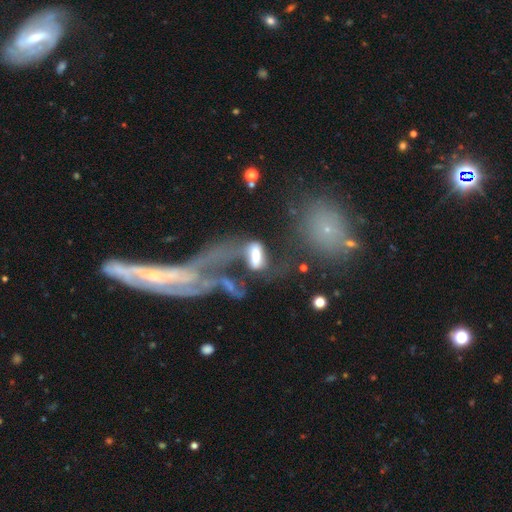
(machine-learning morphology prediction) A smooth galaxy with no disk features (44%, tied with featured or disk). Merging: merger (45%).